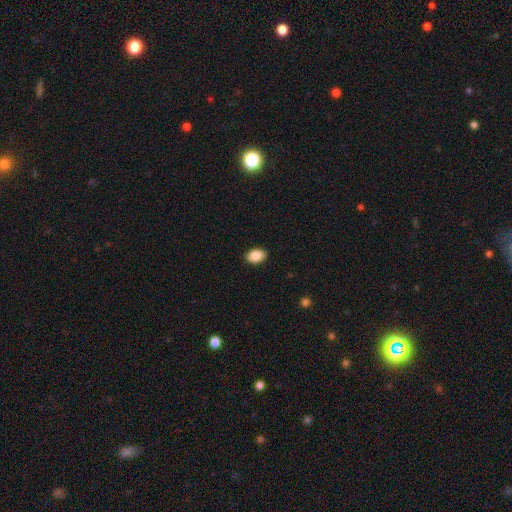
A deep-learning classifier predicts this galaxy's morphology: Overall: smooth (88%). How rounded: in between (81%). Merging: none (90%).